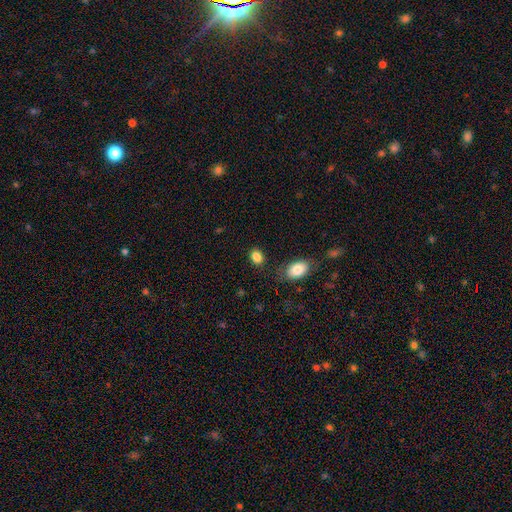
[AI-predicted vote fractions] smooth_or_featured: smooth (p=0.85) [alt: star or artifact p=0.10]
how_rounded: in between (p=0.69) [alt: round p=0.30]
merging: none (p=0.80) [alt: minor disturbance p=0.12]